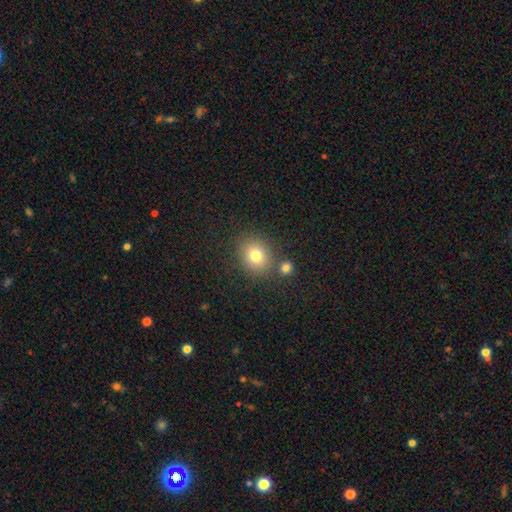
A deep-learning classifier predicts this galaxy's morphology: This is likely a smooth galaxy (78%). How rounded: likely round (75%). Merging: likely none (75%).